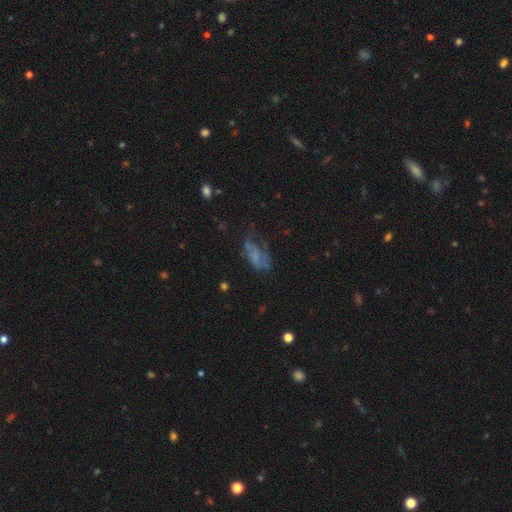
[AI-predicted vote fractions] This is marginally a smooth galaxy (44%). Merging: marginally major disturbance (34%).